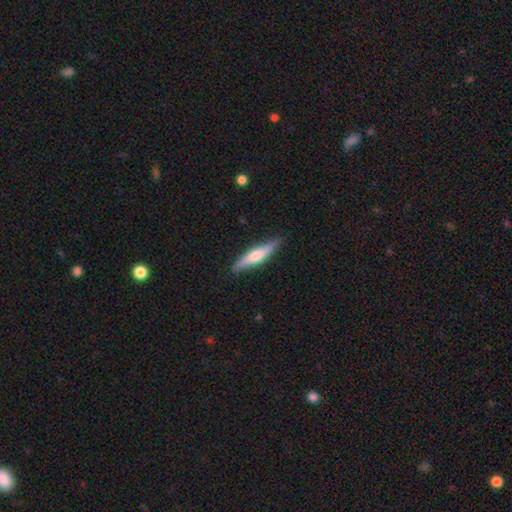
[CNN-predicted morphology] Overall: smooth (53%; featured or disk 42%). How rounded: cigar-shaped (82%). Merging: none (86%).